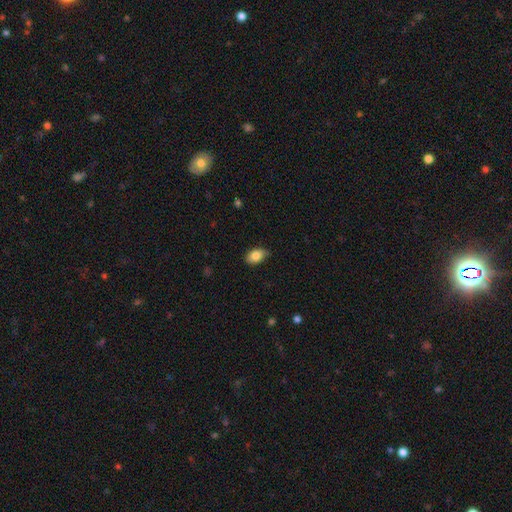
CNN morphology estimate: type=smooth (84%); roundness=in between (87%); merging=none (76%).